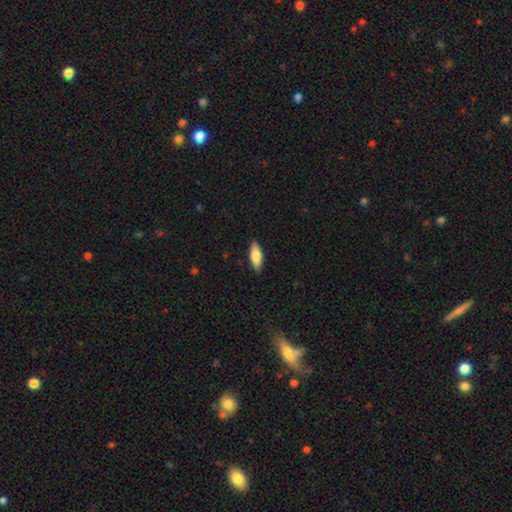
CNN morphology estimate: smooth_or_featured: smooth (p=0.76) [alt: featured or disk p=0.18]
how_rounded: in between (p=0.73) [alt: cigar-shaped p=0.25]
merging: none (p=0.88) [alt: minor disturbance p=0.09]